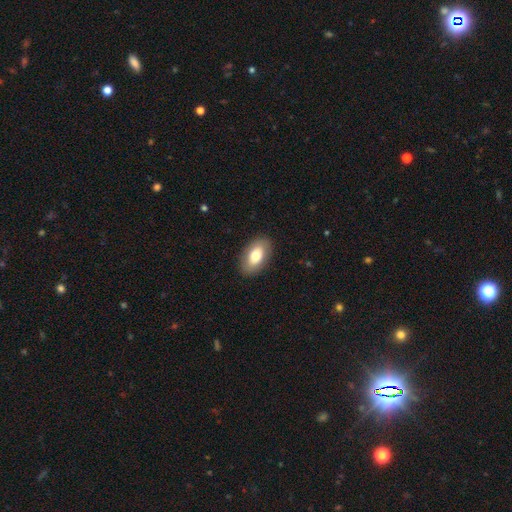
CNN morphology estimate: type=smooth (74%); roundness=in between (93%); merging=none (88%).